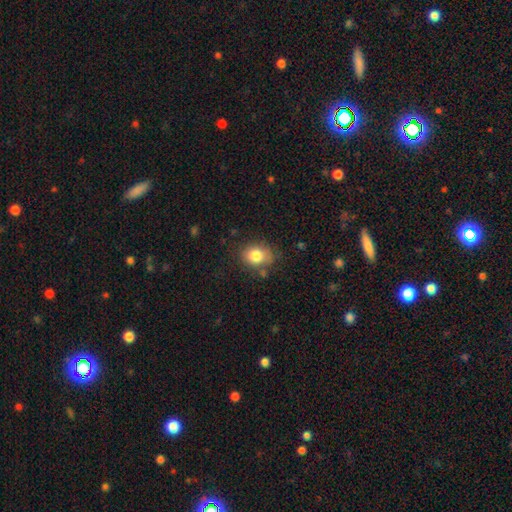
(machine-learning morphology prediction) Smooth or featured: smooth — 82% (star or artifact — 9%)
How rounded: in between — 54% (round — 45%)
Merging: none — 71% (minor disturbance — 19%)